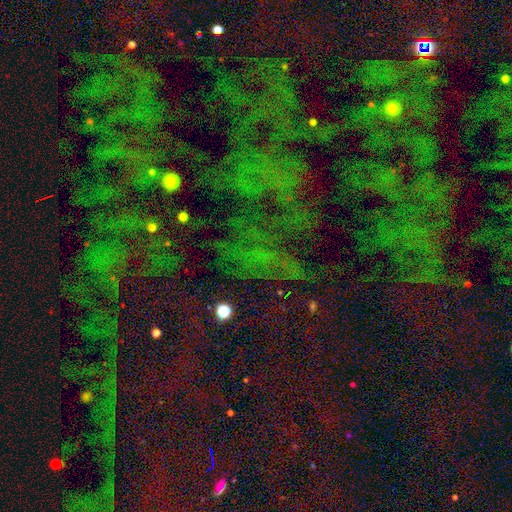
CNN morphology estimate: Overall: star or artifact (79%).